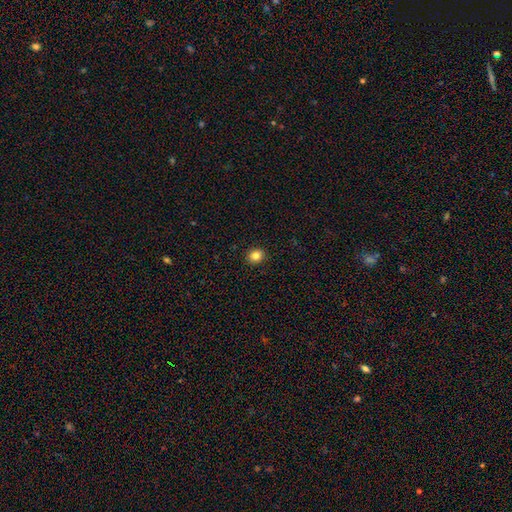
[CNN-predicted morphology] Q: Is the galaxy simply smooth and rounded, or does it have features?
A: smooth — 84%.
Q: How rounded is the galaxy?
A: round — 75%.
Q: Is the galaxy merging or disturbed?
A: none — 92%.